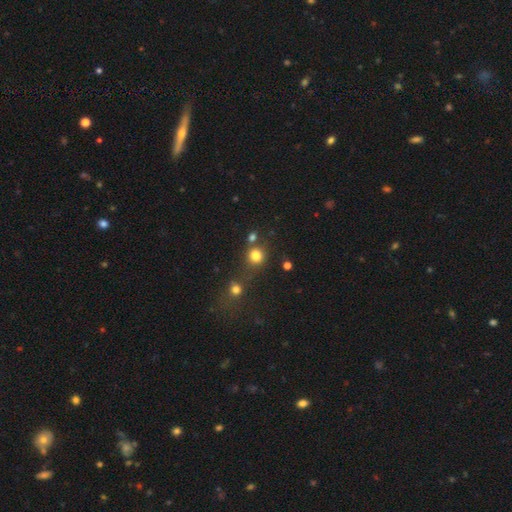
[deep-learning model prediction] Smooth or featured: smooth — 78% (star or artifact — 15%)
How rounded: round — 88% (in between — 11%)
Merging: none — 65% (merger — 20%)